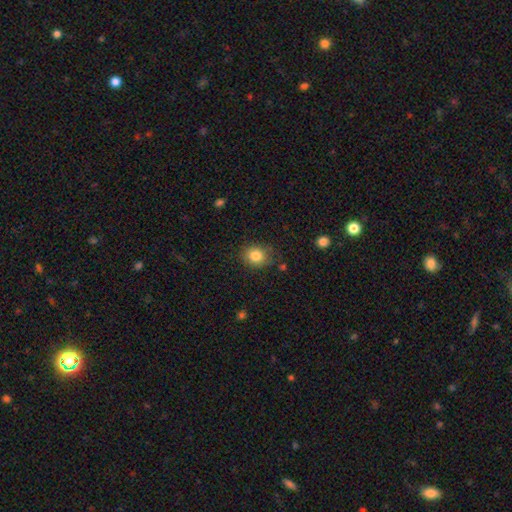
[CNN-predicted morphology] Overall: smooth (83%). How rounded: round (65%; in between 34%). Merging: none (80%).